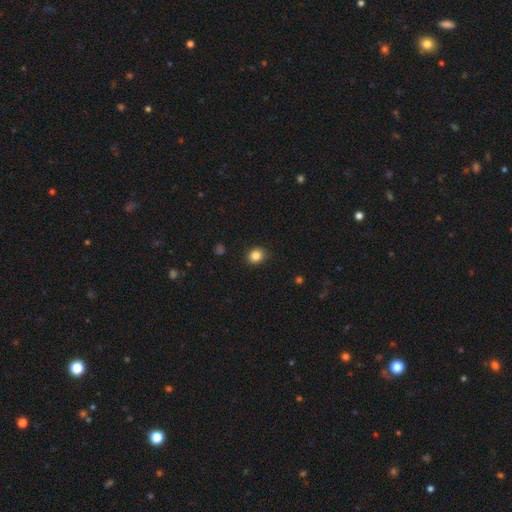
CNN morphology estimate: smooth_or_featured: smooth (p=0.84) [alt: star or artifact p=0.11]
how_rounded: round (p=0.69) [alt: in between p=0.30]
merging: none (p=0.89) [alt: minor disturbance p=0.08]